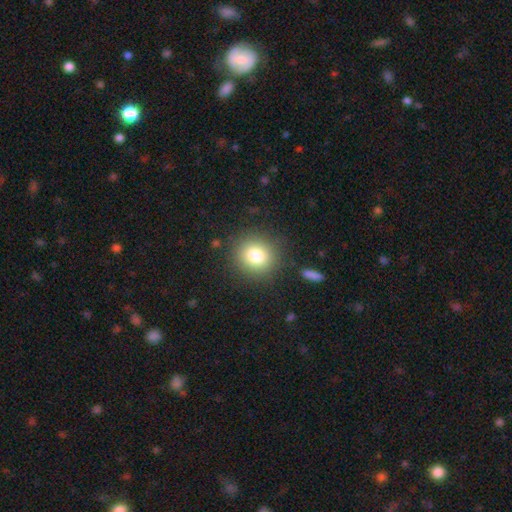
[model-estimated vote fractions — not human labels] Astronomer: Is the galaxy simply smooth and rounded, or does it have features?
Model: smooth — 78%.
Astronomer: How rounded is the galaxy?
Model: round — 89%.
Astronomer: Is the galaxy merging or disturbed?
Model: none — 87%.